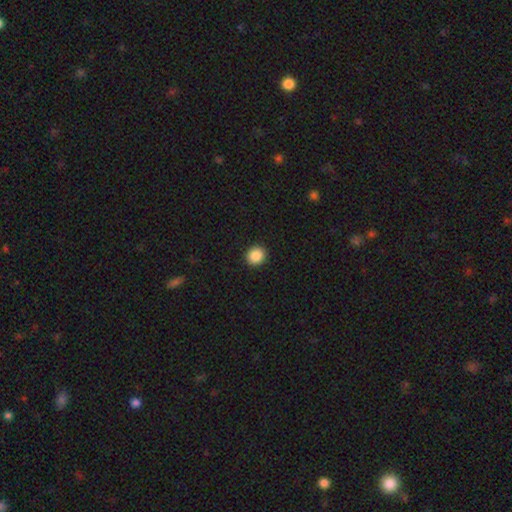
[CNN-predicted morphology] Smooth or featured? smooth (88%)
How rounded? round (84%)
Merging? none (92%)